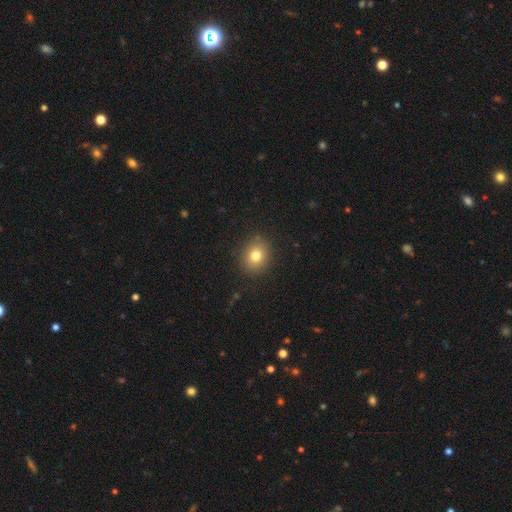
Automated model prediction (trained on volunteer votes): Smooth or featured?
  - smooth: 78% *
  - star or artifact: 12%
  - featured or disk: 10%
How rounded?
  - round: 71% *
  - in between: 28%
  - cigar-shaped: 1%
Merging?
  - none: 88% *
  - minor disturbance: 8%
  - major disturbance: 3%
  - merger: 1%